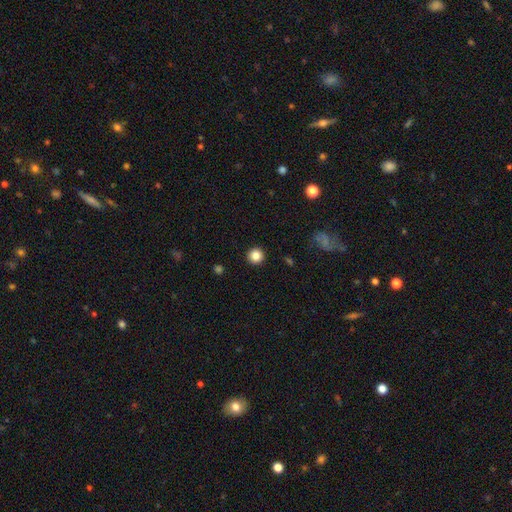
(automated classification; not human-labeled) Overall: smooth (85%). How rounded: round (95%). Merging: none (93%).